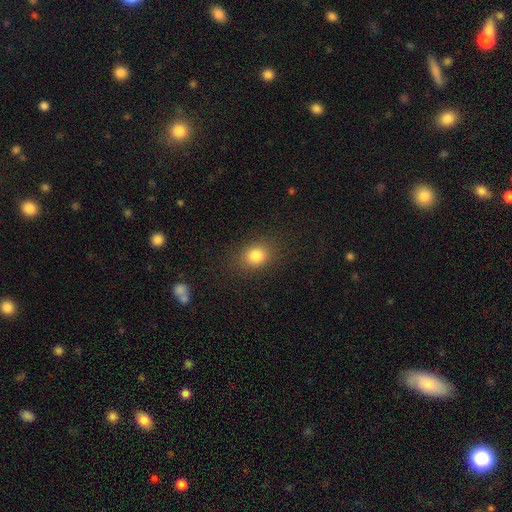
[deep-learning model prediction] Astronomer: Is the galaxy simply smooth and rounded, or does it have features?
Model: smooth — 82%.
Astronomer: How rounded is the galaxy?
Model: round — 52% (runner-up: in between, 47%).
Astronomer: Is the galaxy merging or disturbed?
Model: none — 85%.